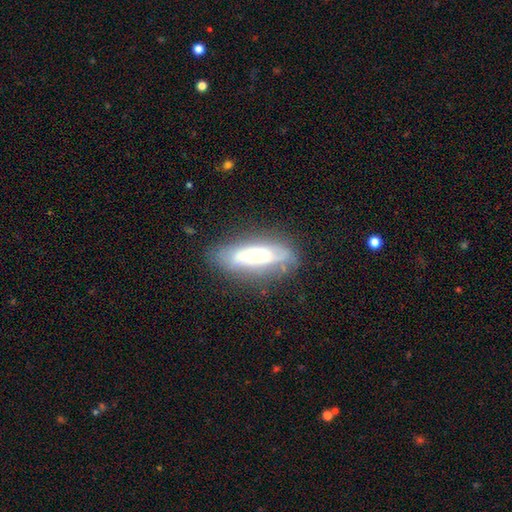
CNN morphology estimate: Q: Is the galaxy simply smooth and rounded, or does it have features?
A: smooth — 47%.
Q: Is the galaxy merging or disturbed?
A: none — 71%.